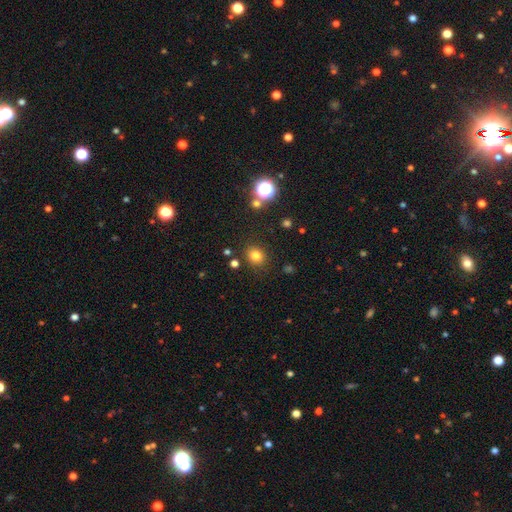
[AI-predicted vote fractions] Smooth or featured? Predicted: smooth (p=0.79). How rounded? Predicted: round (p=0.76). Merging? Predicted: none (p=0.87).